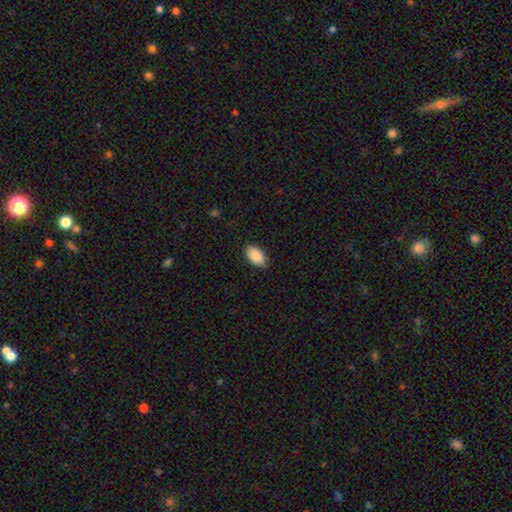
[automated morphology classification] A smooth galaxy with no disk features (88%) that is in between round and cigar-shaped (94%).

Vote fractions:
- Smooth or featured? smooth: 88% / star or artifact: 6% / featured or disk: 5%
- How rounded? in between: 94% / round: 3% / cigar-shaped: 2%
- Merging? none: 83% / minor disturbance: 14% / major disturbance: 2% / merger: 1%